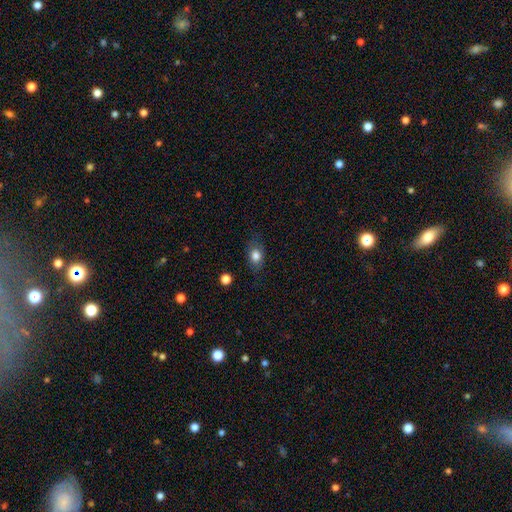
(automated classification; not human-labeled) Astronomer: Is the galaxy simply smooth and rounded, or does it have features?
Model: smooth — 80%.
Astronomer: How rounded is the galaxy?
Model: in between — 70%.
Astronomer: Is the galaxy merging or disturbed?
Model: none — 78%.